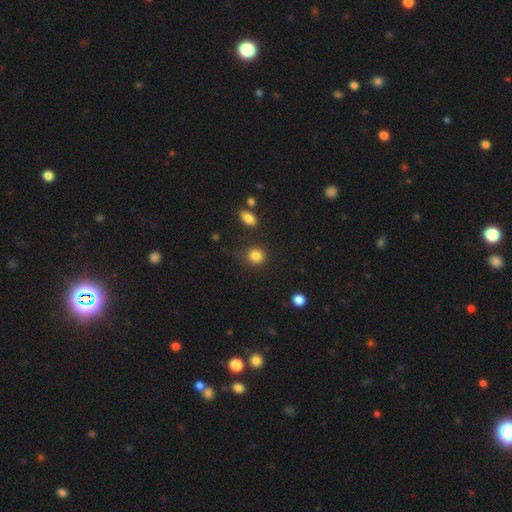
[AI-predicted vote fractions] smooth 86%, star or artifact 10%, featured or disk 4%. Down the decision tree: how rounded — round (88%); merging — none (81%).